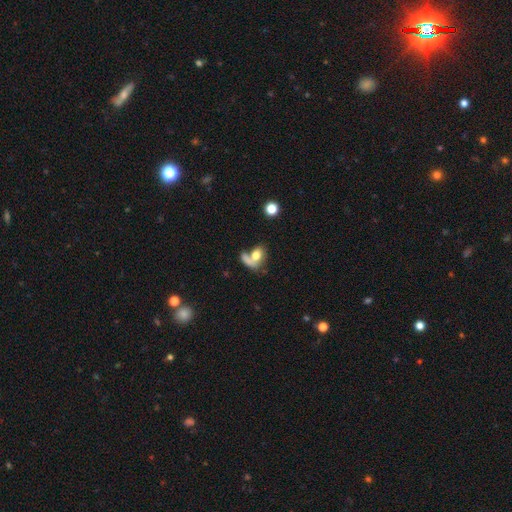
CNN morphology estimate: smooth_or_featured: smooth (p=0.71) [alt: featured or disk p=0.20]
how_rounded: in between (p=0.65) [alt: round p=0.31]
merging: merger (p=0.47) [alt: none p=0.30]